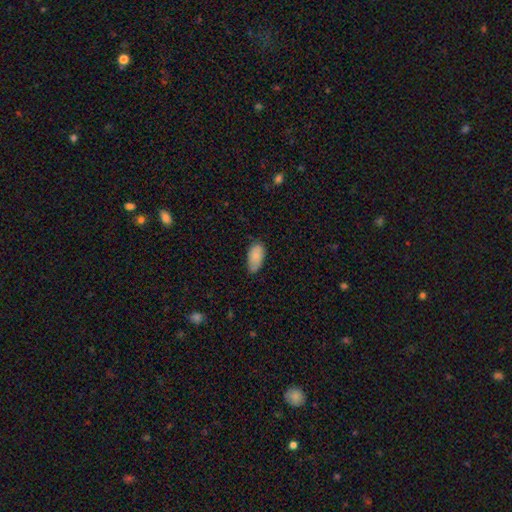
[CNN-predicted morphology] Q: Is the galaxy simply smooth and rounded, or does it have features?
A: smooth — 83%.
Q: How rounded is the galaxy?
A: in between — 94%.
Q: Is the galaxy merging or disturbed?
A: none — 66%.